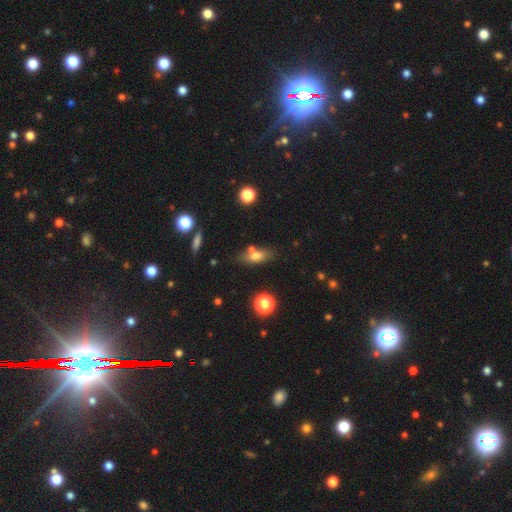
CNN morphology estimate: Smooth or featured: smooth — 70% (featured or disk — 19%)
How rounded: in between — 73% (cigar-shaped — 21%)
Merging: none — 65% (merger — 17%)